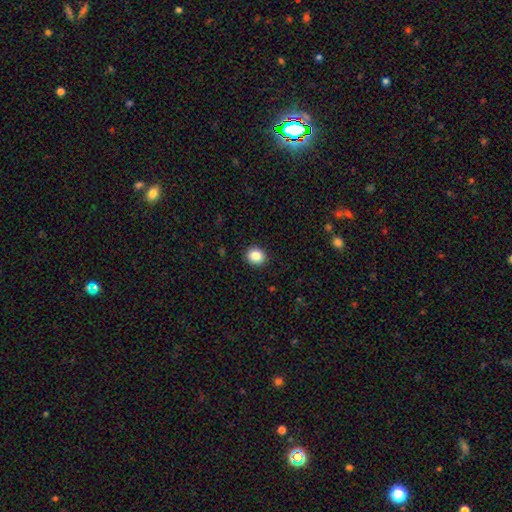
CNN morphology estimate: A smooth galaxy with no disk features (84%) that is round (82%). Merging: none (92%).